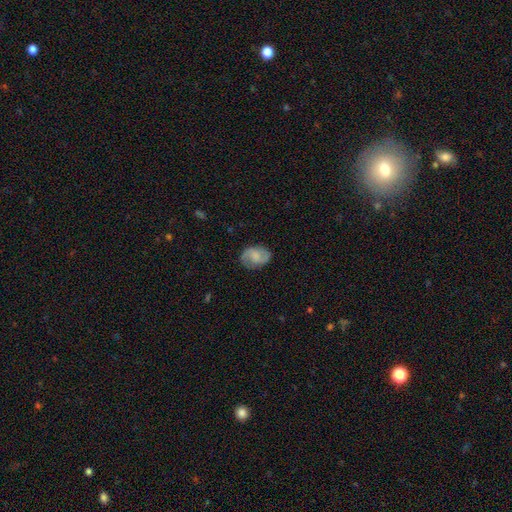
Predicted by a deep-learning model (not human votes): This appears to be a featured or disk galaxy (57%) with no bar (51%), spiral arms (91%) and no central bulge (36%). Merging: none (80%).